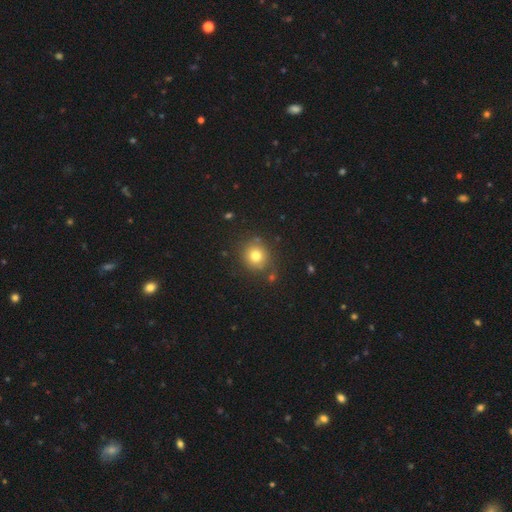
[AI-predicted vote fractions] smooth_or_featured: smooth (p=0.78) [alt: star or artifact p=0.13]
how_rounded: round (p=0.88) [alt: in between p=0.11]
merging: none (p=0.81) [alt: minor disturbance p=0.11]